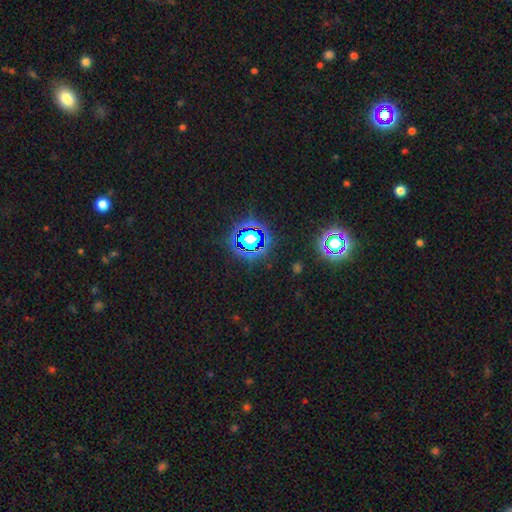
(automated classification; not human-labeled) Smooth or featured? Predicted: star or artifact (p=0.81).